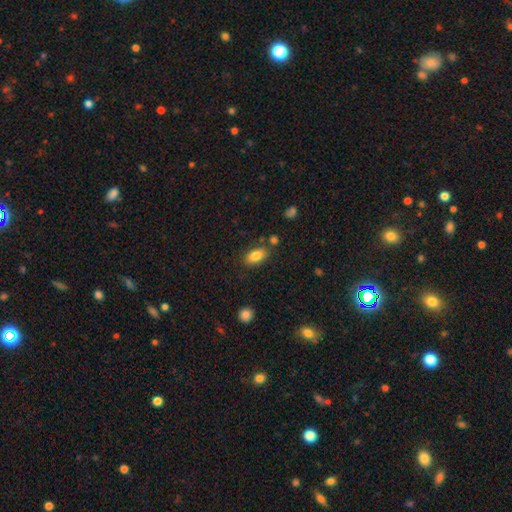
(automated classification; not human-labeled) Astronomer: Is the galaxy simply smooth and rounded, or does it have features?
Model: smooth — 85%.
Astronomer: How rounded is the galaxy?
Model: in between — 91%.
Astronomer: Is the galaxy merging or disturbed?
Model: none — 79%.